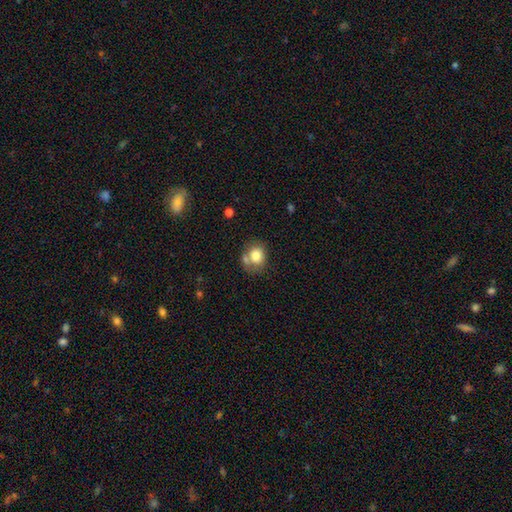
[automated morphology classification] Smooth or featured: smooth — 79% (featured or disk — 12%)
How rounded: round — 59% (in between — 40%)
Merging: none — 48% (merger — 26%)